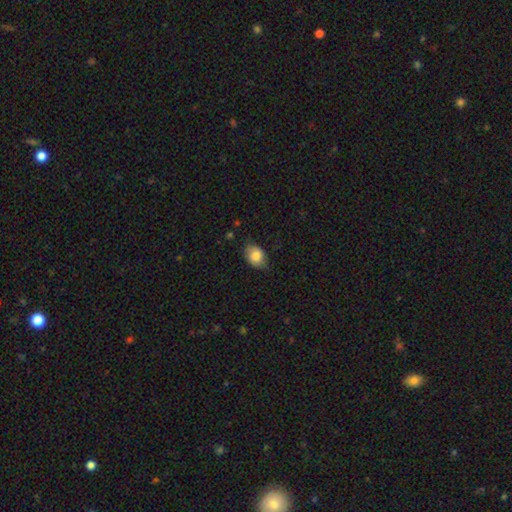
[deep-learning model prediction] The model was most divided on "how rounded": in between: 72%, round: 27%, cigar-shaped: 1%. More confident: smooth or featured — smooth (83%); merging — none (70%).